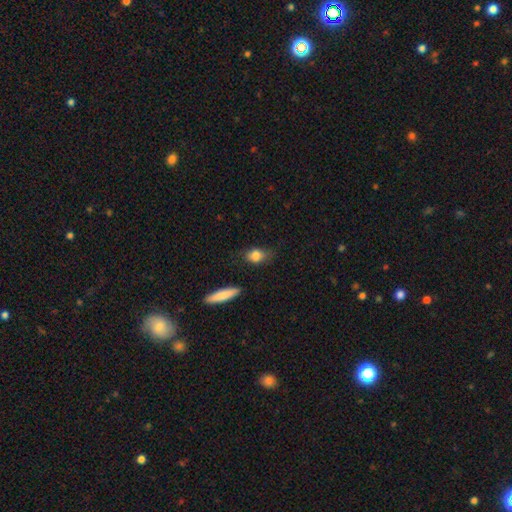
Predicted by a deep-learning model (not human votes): The model was most divided on "merging": none: 65%, minor disturbance: 26%, major disturbance: 7%, merger: 3%. More confident: smooth or featured — smooth (81%); how rounded — in between (70%).